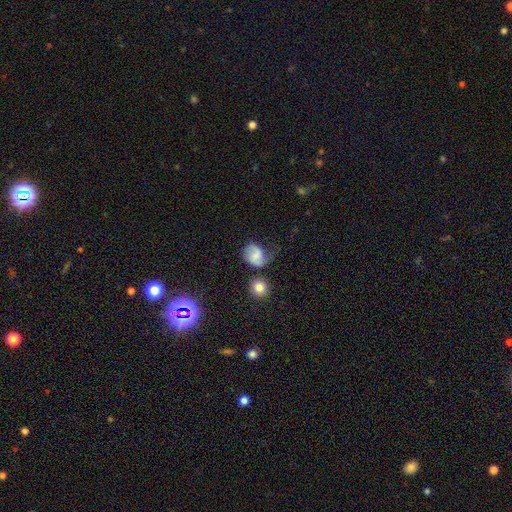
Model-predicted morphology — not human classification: featured or disk 46%, smooth 44%, star or artifact 10%. Down the decision tree: merging — none (49%).